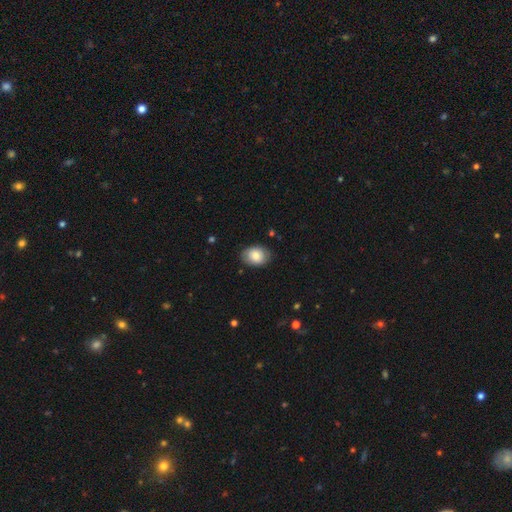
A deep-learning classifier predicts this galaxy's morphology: smooth_or_featured: smooth (p=0.79) [alt: featured or disk p=0.14]
how_rounded: in between (p=0.73) [alt: round p=0.26]
merging: none (p=0.81) [alt: minor disturbance p=0.15]